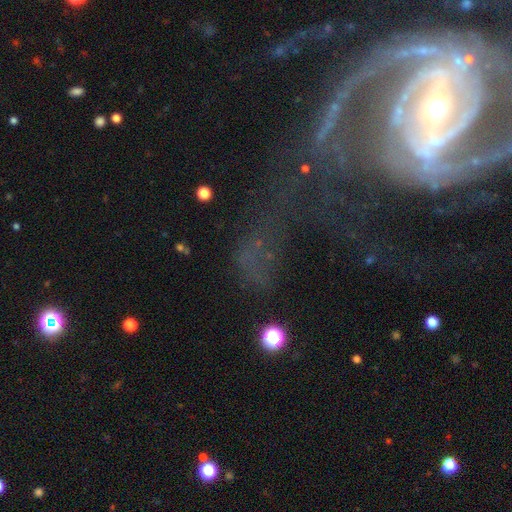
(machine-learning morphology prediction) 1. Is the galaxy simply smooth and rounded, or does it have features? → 54% featured or disk, 29% star or artifact, 17% smooth.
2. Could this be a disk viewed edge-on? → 87% no, 13% yes.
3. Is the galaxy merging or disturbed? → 41% none, 32% major disturbance, 16% minor disturbance, 11% merger.